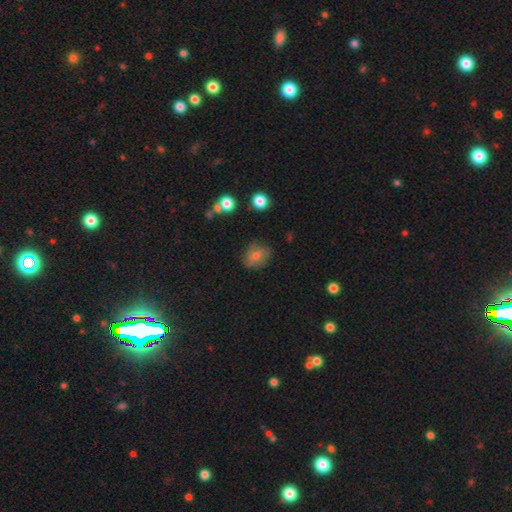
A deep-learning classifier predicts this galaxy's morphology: A smooth galaxy with no disk features (63%) that is in between round and cigar-shaped (55%).

Vote fractions:
- Smooth or featured? smooth: 63% / featured or disk: 25% / star or artifact: 12%
- How rounded? in between: 55% / round: 43% / cigar-shaped: 2%
- Merging? none: 72% / minor disturbance: 20% / major disturbance: 6% / merger: 2%